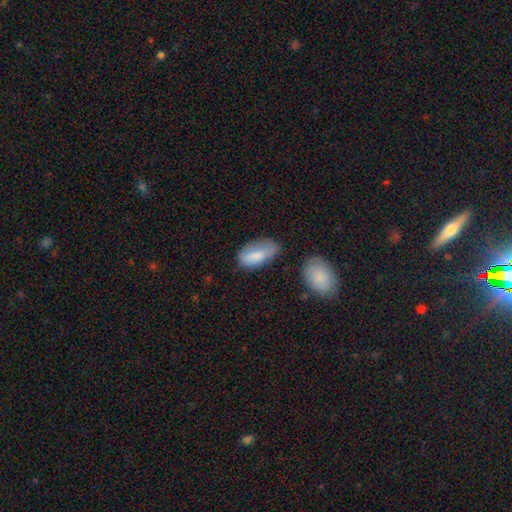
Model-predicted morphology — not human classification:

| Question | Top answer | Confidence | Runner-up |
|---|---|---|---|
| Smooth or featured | smooth | 80% | featured or disk (13%) |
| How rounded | in between | 92% | cigar-shaped (5%) |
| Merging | none | 46% | minor disturbance (35%) |